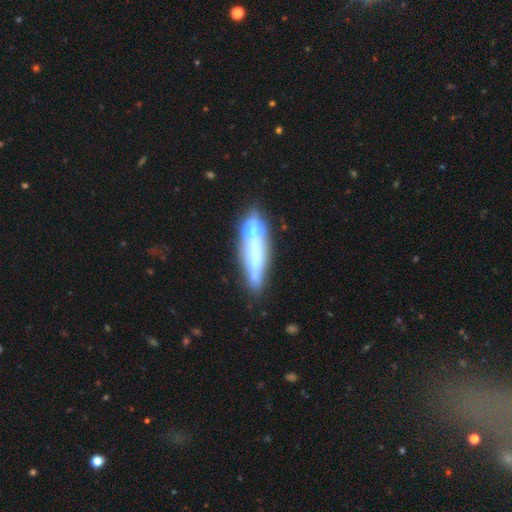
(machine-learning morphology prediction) Q: Smooth or featured?
A: featured or disk (58%); runner-up: smooth (34%)
Q: Edge-on disk?
A: yes (63%); runner-up: no (37%)
Q: Merging?
A: none (56%); runner-up: merger (19%)